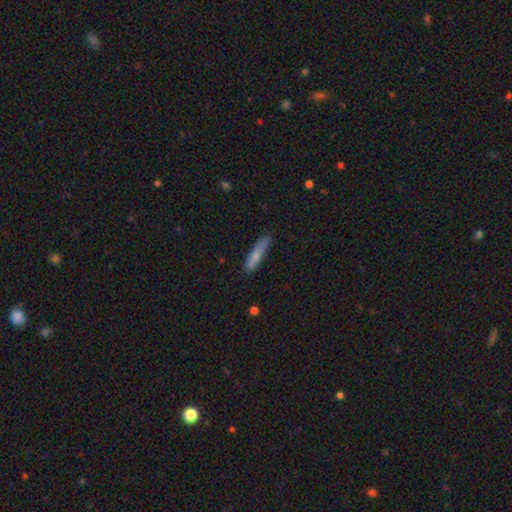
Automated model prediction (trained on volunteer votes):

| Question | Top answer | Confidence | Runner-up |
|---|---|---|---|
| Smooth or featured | smooth | 77% | featured or disk (17%) |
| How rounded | cigar-shaped | 88% | in between (10%) |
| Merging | none | 77% | minor disturbance (18%) |